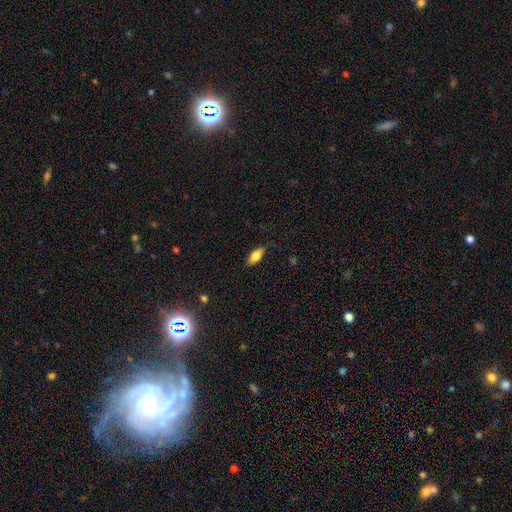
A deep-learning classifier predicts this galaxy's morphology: Smooth or featured? Predicted: smooth (p=0.68). How rounded? Predicted: in between (p=0.81). Merging? Predicted: none (p=0.79).